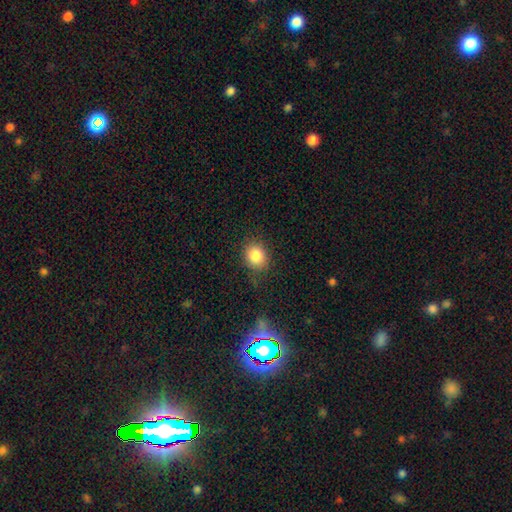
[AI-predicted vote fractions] smooth-or-featured: smooth: 85% | star or artifact: 10% | featured or disk: 5%
  how-rounded: round: 61% | in between: 38% | cigar-shaped: 1%
  merging: none: 82% | minor disturbance: 12% | major disturbance: 4% | merger: 2%